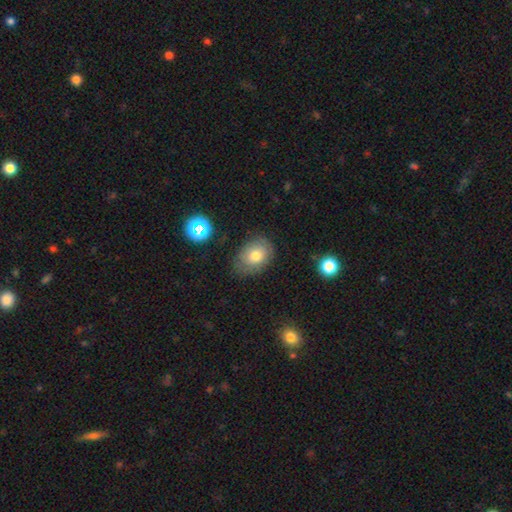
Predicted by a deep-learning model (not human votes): Smooth or featured? smooth (71%)
How rounded? in between (63%)
Merging? none (71%)